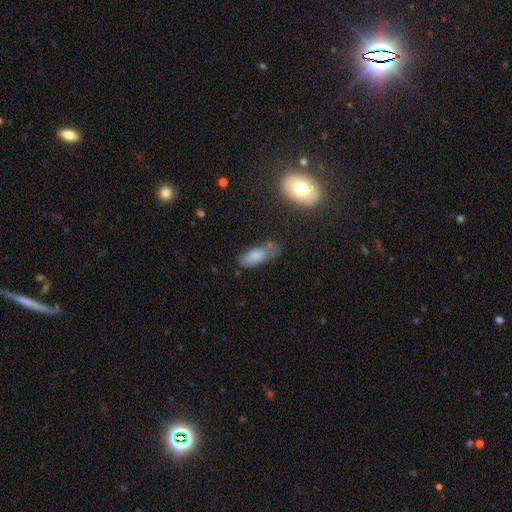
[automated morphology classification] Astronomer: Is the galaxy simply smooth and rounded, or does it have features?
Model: smooth — 79%.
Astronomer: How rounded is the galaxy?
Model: in between — 79%.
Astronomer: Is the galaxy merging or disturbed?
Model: none — 51% (runner-up: minor disturbance, 32%).